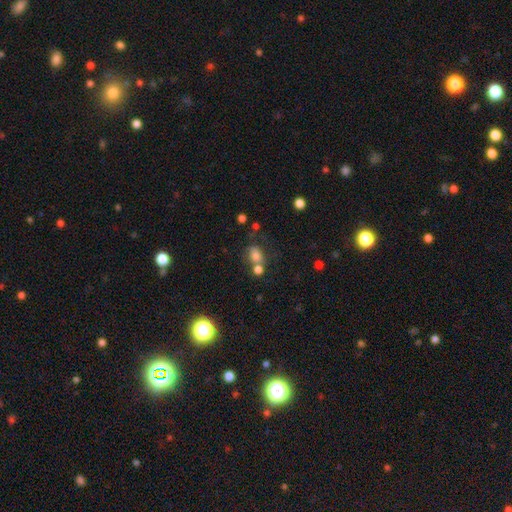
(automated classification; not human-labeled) Overall: smooth (75%). How rounded: in between (59%; round 39%). Merging: none (45%; merger 33%).